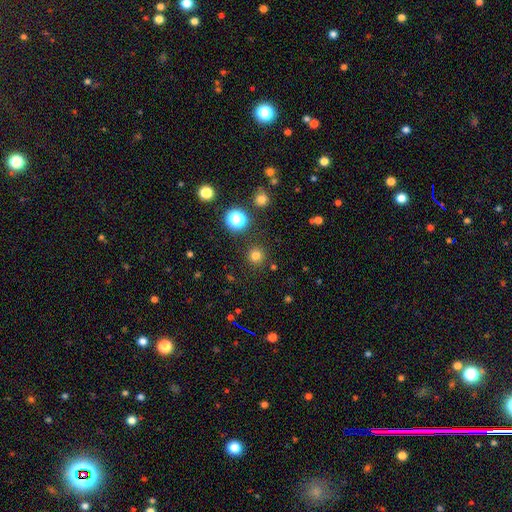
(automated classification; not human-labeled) Smooth or featured? Predicted: smooth (p=0.77). How rounded? Predicted: round (p=0.95). Merging? Predicted: none (p=0.90).